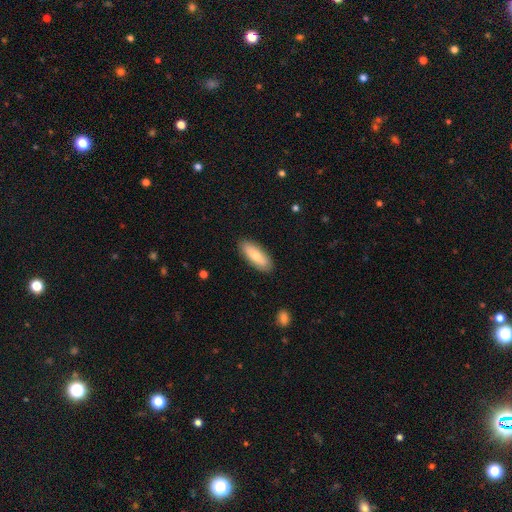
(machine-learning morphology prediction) This appears to be a smooth galaxy with no disk features (73%) that is in between round and cigar-shaped (71%). Merging: none (88%).